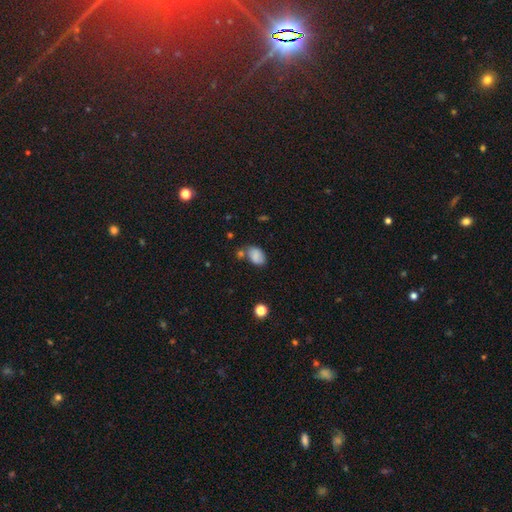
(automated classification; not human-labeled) Overall: smooth (81%). How rounded: in between (85%). Merging: none (58%; minor disturbance 21%).